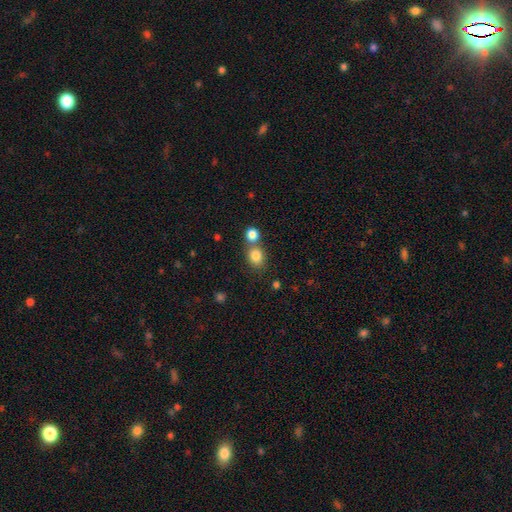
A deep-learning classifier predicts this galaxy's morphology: Overall: smooth (83%). How rounded: round (62%; in between 37%). Merging: none (53%; merger 35%).